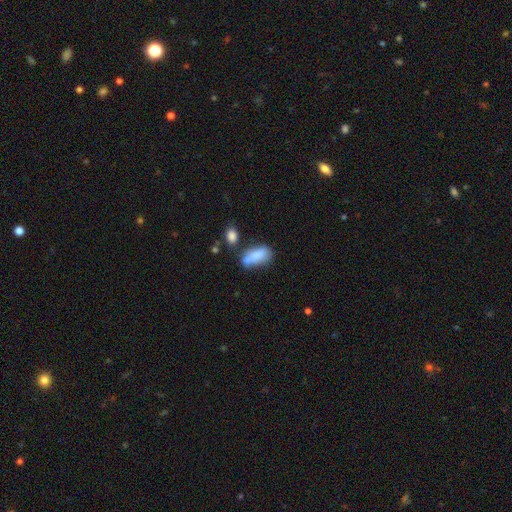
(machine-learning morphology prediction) The model was most divided on "merging": merger: 36%, none: 31%, minor disturbance: 21%, major disturbance: 12%. More confident: how rounded — in between (87%); smooth or featured — smooth (76%).